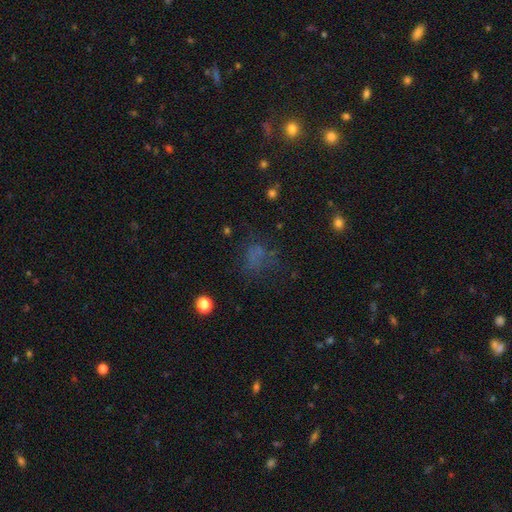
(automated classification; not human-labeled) smooth-or-featured: smooth: 47% | star or artifact: 31% | featured or disk: 21%
  merging: none: 50% | major disturbance: 26% | minor disturbance: 20% | merger: 5%